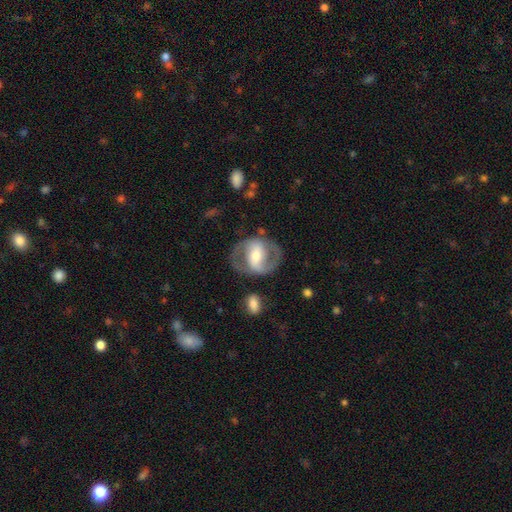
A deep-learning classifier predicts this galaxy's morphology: featured or disk 79%, smooth 16%, star or artifact 5%. Down the decision tree: edge-on disk — no (96%); bar — strong (44%); spiral arms — yes (81%); spiral arm count — 2 (88%); spiral winding — medium (53%); bulge size — moderate (59%); merging — none (75%).